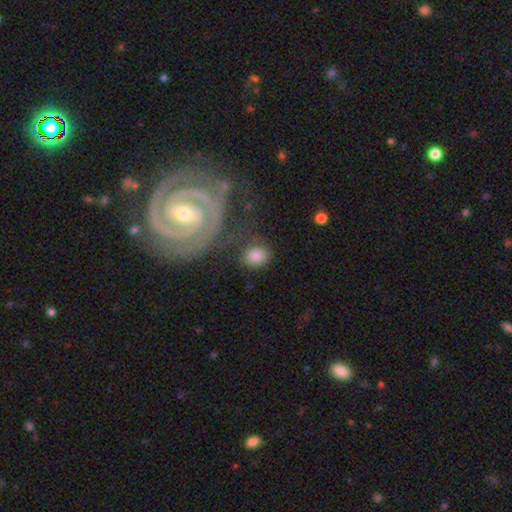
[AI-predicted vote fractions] Smooth or featured? smooth (80%)
How rounded? in between (55%)
Merging? none (72%)